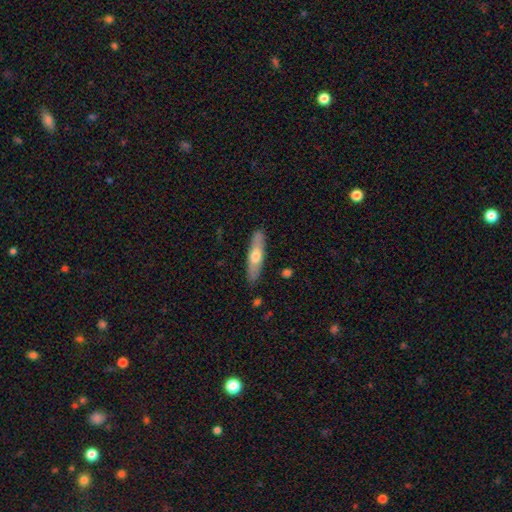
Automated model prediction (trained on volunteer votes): Smooth or featured?
  - smooth: 48% *
  - featured or disk: 45%
  - star or artifact: 6%
Merging?
  - none: 88% *
  - minor disturbance: 8%
  - major disturbance: 2%
  - merger: 1%